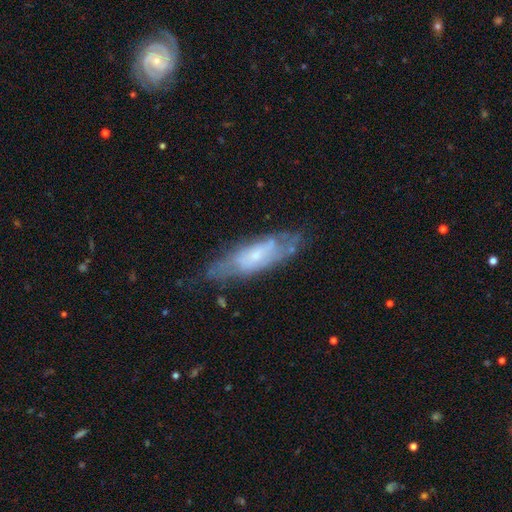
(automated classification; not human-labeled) smooth_or_featured: featured or disk (p=0.61) [alt: smooth p=0.31]
disk_edge_on: no (p=0.70) [alt: yes p=0.30]
merging: none (p=0.63) [alt: minor disturbance p=0.24]